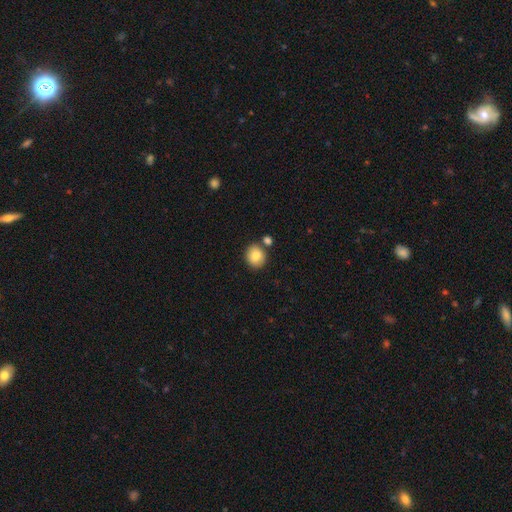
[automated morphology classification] This is clearly a smooth galaxy (84%). How rounded: likely round (73%). Merging: likely none (75%).